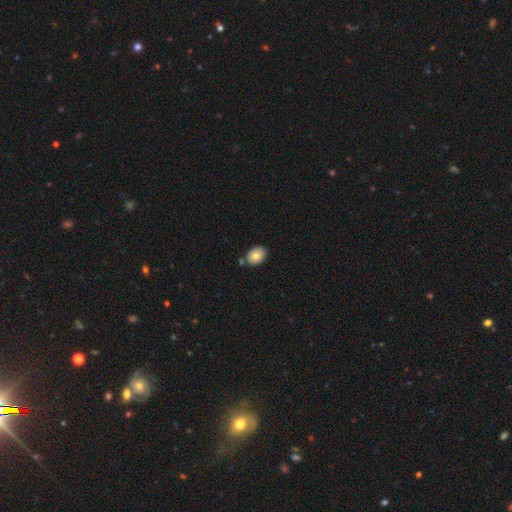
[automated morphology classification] smooth_or_featured: smooth (p=0.81) [alt: featured or disk p=0.11]
how_rounded: in between (p=0.77) [alt: round p=0.22]
merging: none (p=0.77) [alt: minor disturbance p=0.13]